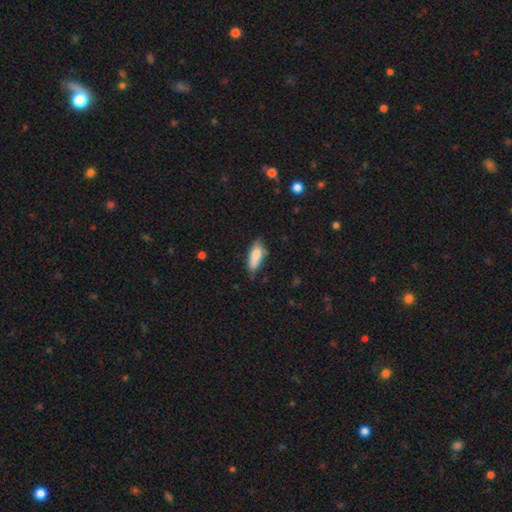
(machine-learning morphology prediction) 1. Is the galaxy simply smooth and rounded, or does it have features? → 81% smooth, 12% featured or disk, 7% star or artifact.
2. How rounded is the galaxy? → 69% in between, 28% cigar-shaped, 2% round.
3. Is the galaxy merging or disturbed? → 64% none, 27% minor disturbance, 6% major disturbance, 3% merger.